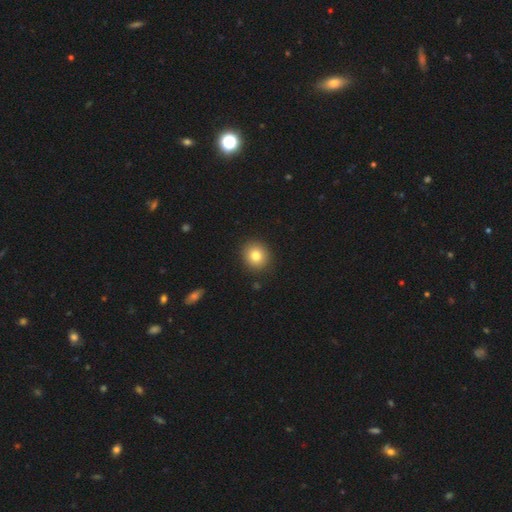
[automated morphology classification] Smooth or featured? smooth (81%)
How rounded? round (86%)
Merging? none (91%)